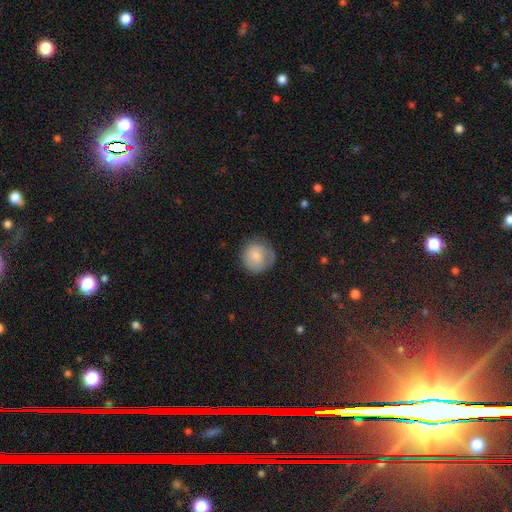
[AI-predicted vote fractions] A smooth galaxy with no disk features (80%) that is round (90%). Merging: none (67%).